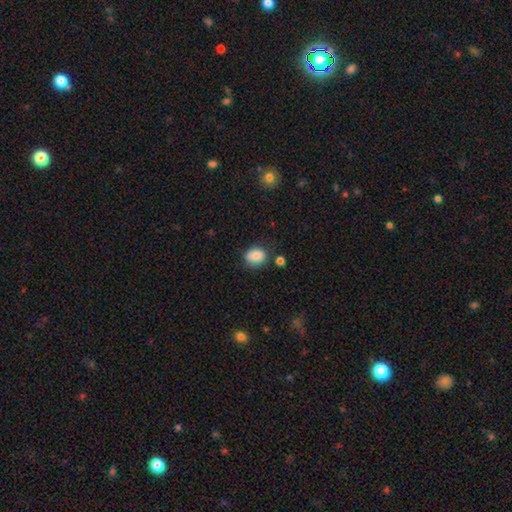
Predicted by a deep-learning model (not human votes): Smooth or featured? smooth (85%)
How rounded? round (52%)
Merging? none (73%)